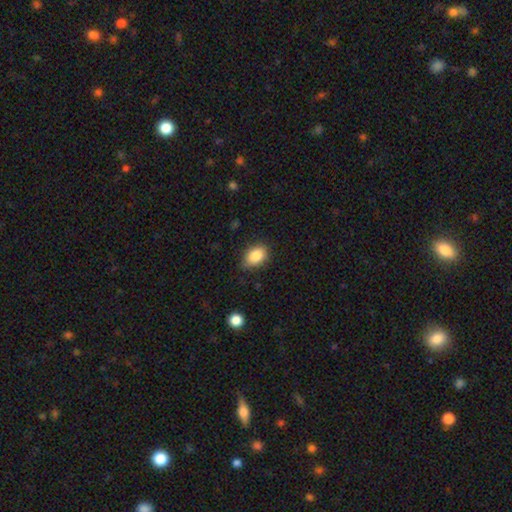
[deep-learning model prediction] A smooth galaxy with no disk features (86%) that is in between round and cigar-shaped (82%). Merging: none (77%).